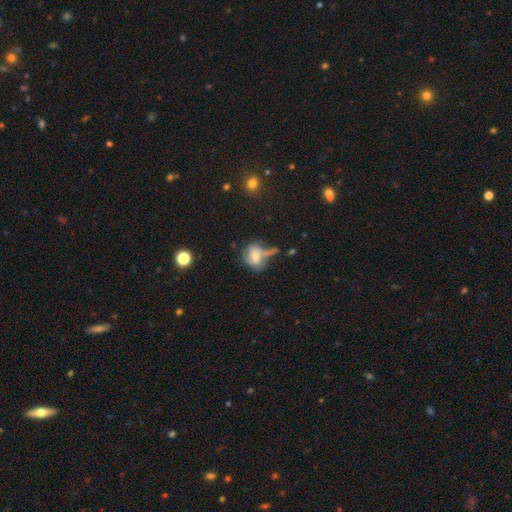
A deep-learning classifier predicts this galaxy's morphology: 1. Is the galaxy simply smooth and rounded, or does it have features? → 49% smooth, 38% featured or disk, 13% star or artifact.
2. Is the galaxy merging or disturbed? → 32% none, 24% major disturbance, 23% minor disturbance, 21% merger.